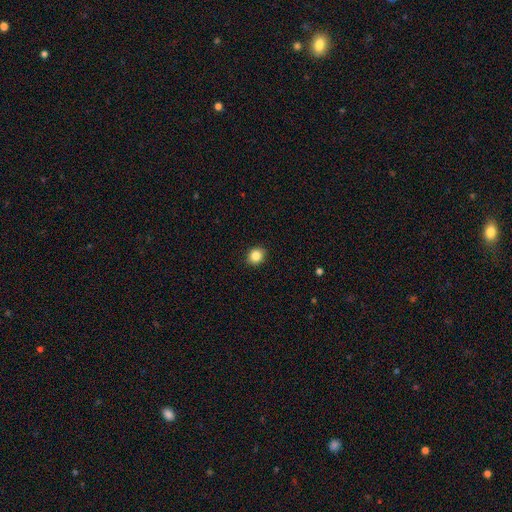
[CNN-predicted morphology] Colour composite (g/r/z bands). It shows a smooth galaxy with no disk features (86%) that is round (74%). Merging: none (90%).